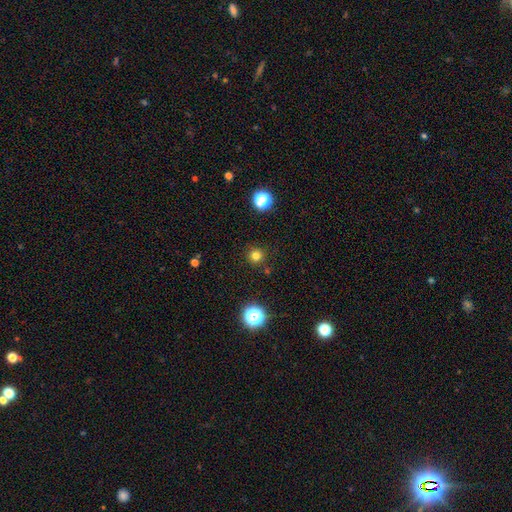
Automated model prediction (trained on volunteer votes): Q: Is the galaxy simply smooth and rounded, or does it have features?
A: smooth — 77%.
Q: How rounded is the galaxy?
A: round — 95%.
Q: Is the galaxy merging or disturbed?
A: none — 89%.